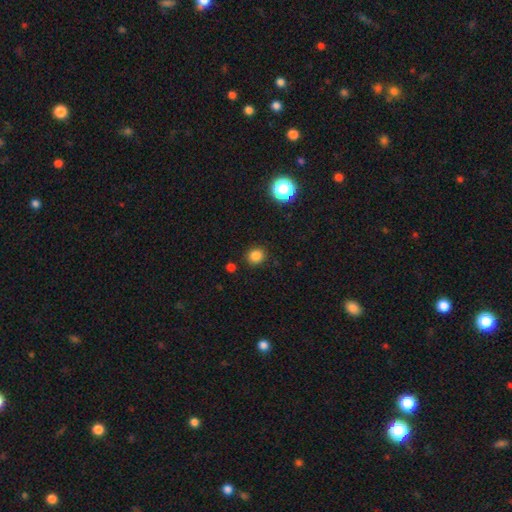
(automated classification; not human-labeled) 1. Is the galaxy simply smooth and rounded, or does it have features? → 84% smooth, 13% star or artifact, 4% featured or disk.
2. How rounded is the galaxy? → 81% round, 18% in between, 1% cigar-shaped.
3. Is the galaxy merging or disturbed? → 89% none, 7% minor disturbance, 2% major disturbance, 2% merger.